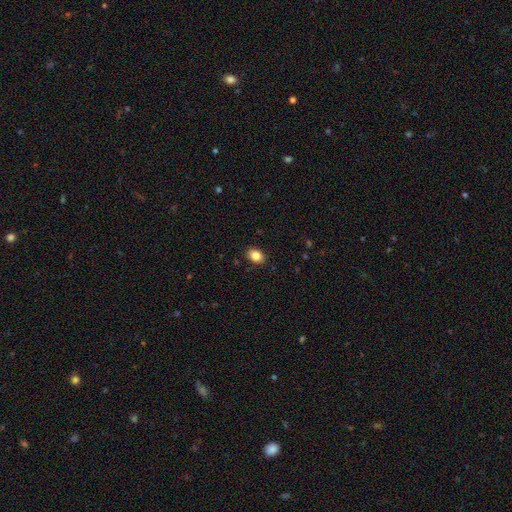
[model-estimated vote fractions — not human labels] smooth_or_featured: smooth (p=0.85) [alt: star or artifact p=0.09]
how_rounded: in between (p=0.78) [alt: round p=0.21]
merging: none (p=0.88) [alt: minor disturbance p=0.09]